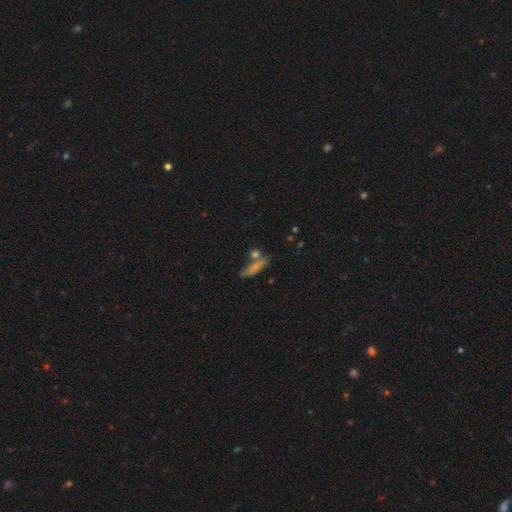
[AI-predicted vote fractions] Smooth or featured: smooth — 59% (featured or disk — 23%)
How rounded: cigar-shaped — 63% (in between — 27%)
Merging: none — 60% (merger — 20%)